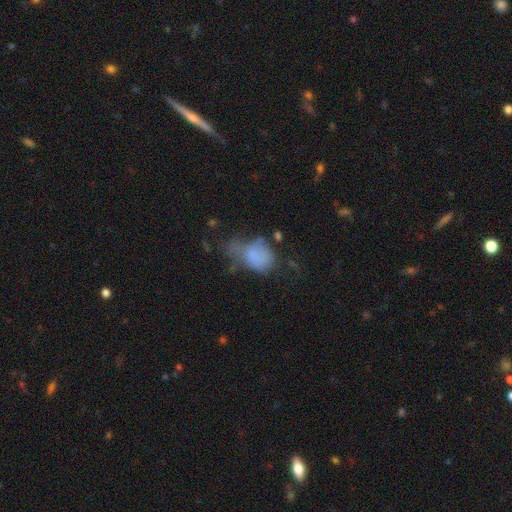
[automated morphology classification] This appears to be a smooth galaxy with no disk features (67%) that is in between round and cigar-shaped (76%). Merging: major disturbance (38%).